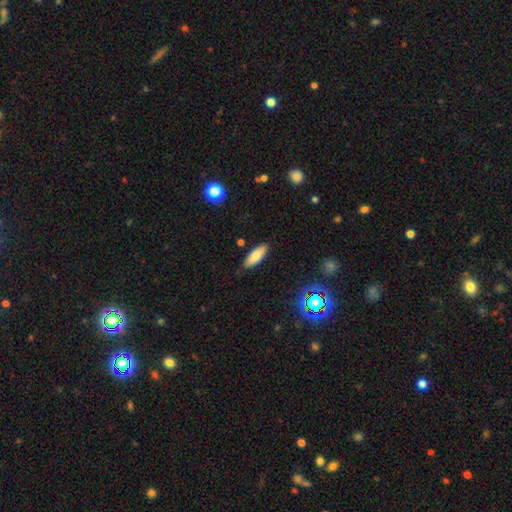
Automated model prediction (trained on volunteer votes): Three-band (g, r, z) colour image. It shows a smooth galaxy with no disk features (79%) that is in between round and cigar-shaped (70%). Merging: none (85%).